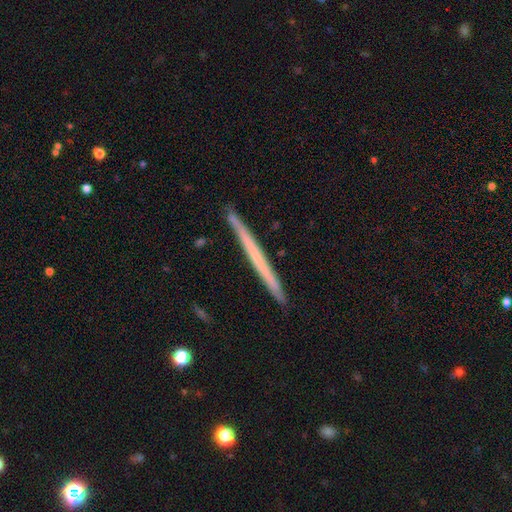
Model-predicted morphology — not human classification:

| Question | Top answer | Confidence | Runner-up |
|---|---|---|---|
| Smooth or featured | featured or disk | 50% | smooth (45%) |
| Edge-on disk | yes | 98% | no (2%) |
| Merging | none | 91% | minor disturbance (7%) |